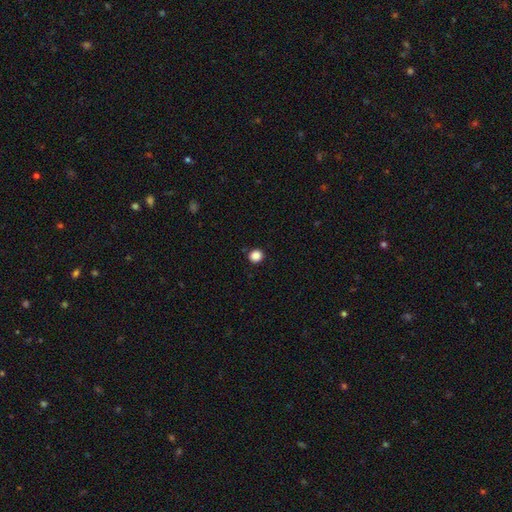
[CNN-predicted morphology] smooth 87%, star or artifact 11%, featured or disk 2%. Down the decision tree: how rounded — round (91%); merging — none (91%).